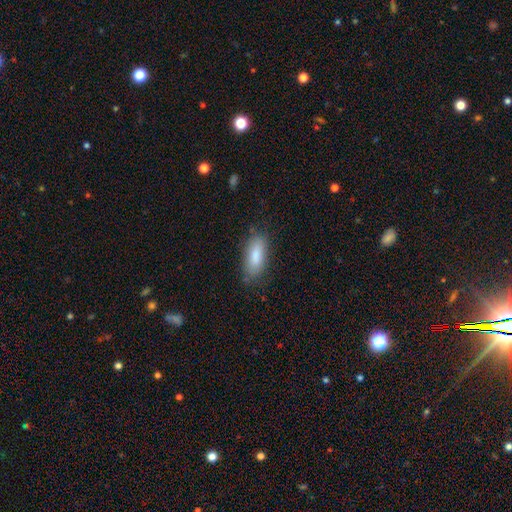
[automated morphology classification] type=smooth (84%); roundness=in between (77%); merging=none (78%).